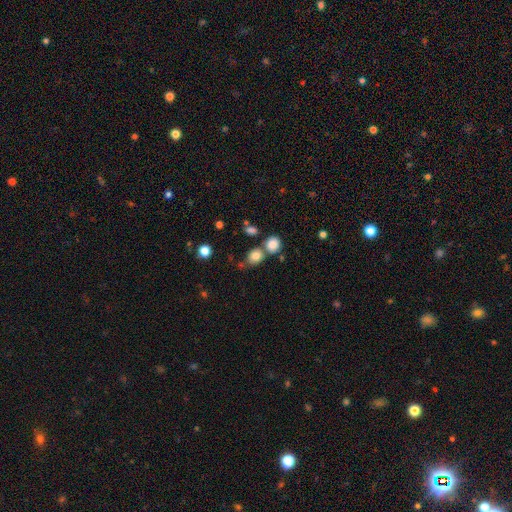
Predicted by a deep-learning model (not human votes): smooth 82%, star or artifact 11%, featured or disk 7%. Down the decision tree: how rounded — round (63%); merging — none (55%).